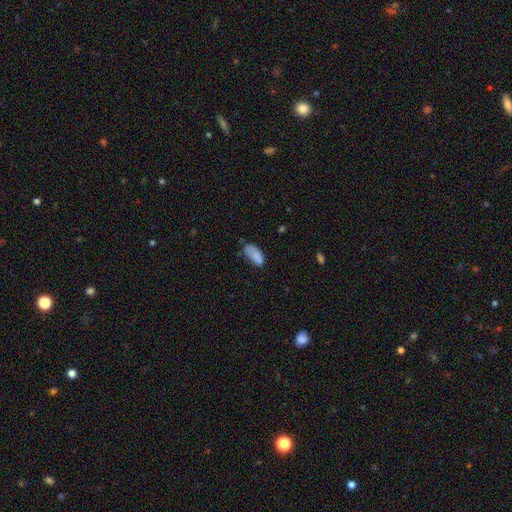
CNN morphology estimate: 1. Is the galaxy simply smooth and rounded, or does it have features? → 78% smooth, 13% featured or disk, 10% star or artifact.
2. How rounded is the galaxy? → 91% in between, 6% cigar-shaped, 3% round.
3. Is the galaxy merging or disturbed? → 40% none, 35% minor disturbance, 17% major disturbance, 8% merger.